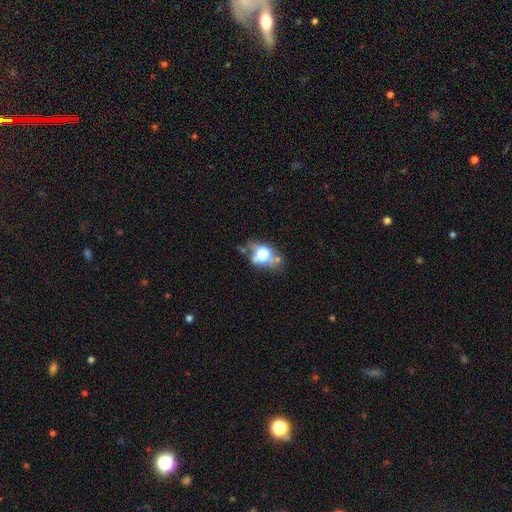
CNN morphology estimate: This appears to be a smooth galaxy with no disk features (39%). Merging: none (68%).